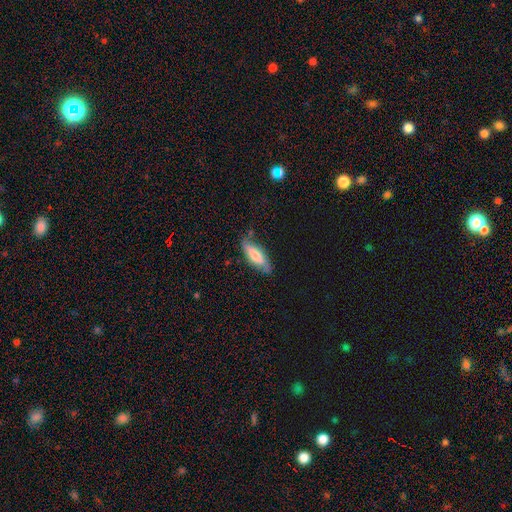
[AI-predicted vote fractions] This is likely a smooth galaxy (62%). How rounded: possibly in between (59%). Merging: likely none (69%).